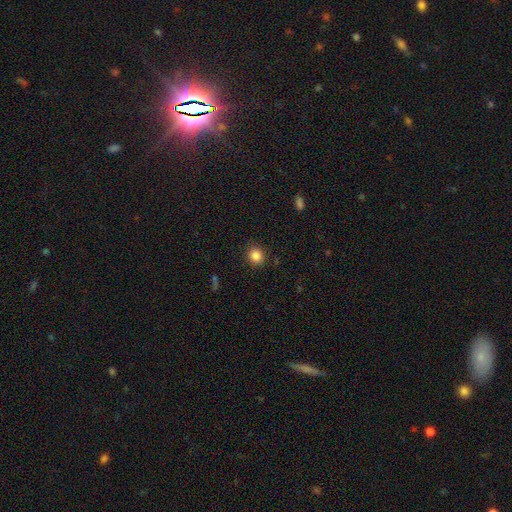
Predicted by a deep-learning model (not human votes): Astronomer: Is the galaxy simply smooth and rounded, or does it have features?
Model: smooth — 84%.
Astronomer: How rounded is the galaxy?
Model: round — 82%.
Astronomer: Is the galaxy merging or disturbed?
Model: none — 90%.